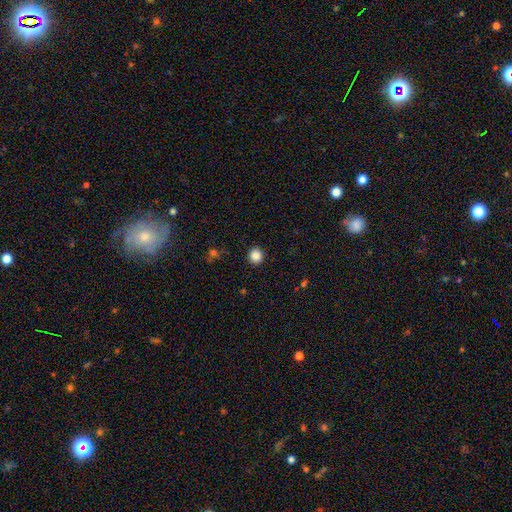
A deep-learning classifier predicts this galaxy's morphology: smooth 86%, star or artifact 10%, featured or disk 4%. Down the decision tree: how rounded — round (91%); merging — none (93%).